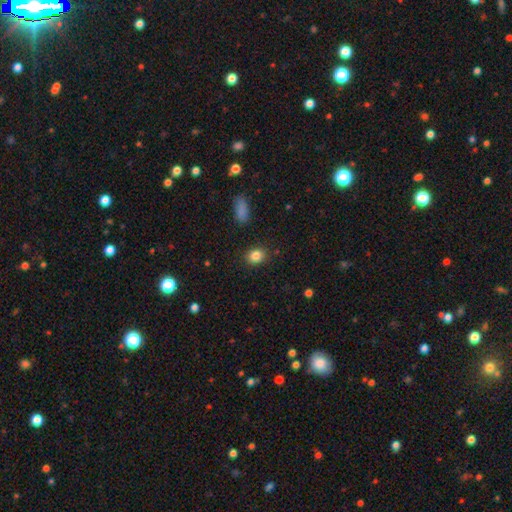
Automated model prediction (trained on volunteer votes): The model was most divided on "how rounded": round: 58%, in between: 41%, cigar-shaped: 1%. More confident: merging — none (88%); smooth or featured — smooth (84%).